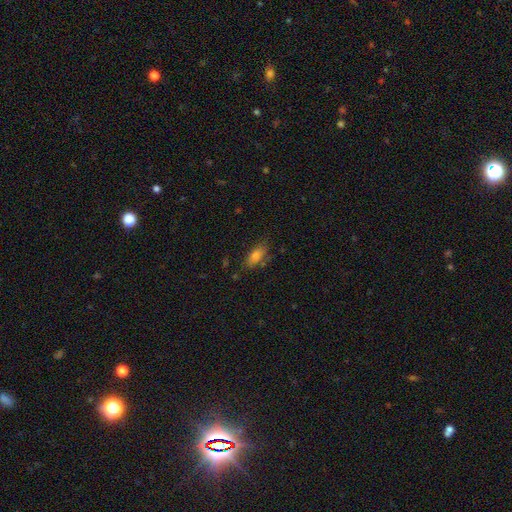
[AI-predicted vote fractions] Morphology: type=smooth (73%); roundness=in between (81%); merging=none (71%).